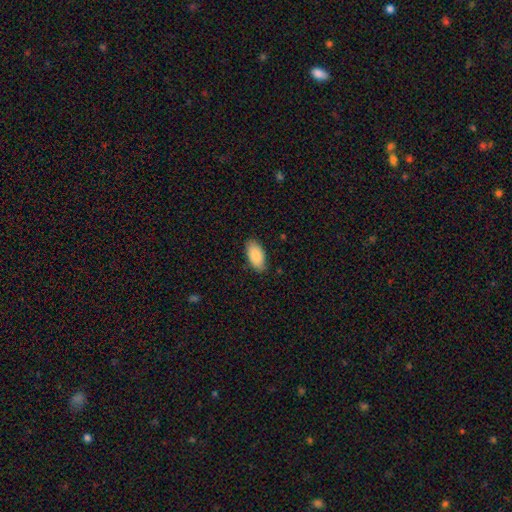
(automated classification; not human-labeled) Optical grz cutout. It shows a smooth galaxy with no disk features (88%) that is in between round and cigar-shaped (94%). Merging: none (84%).